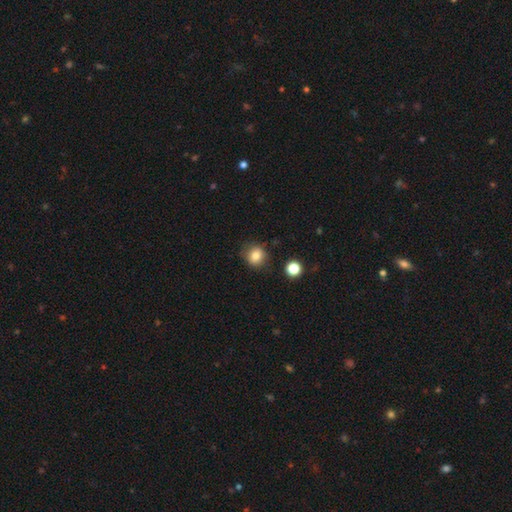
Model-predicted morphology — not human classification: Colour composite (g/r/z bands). It shows a smooth galaxy with no disk features (82%) that is round (83%). Merging: none (78%).